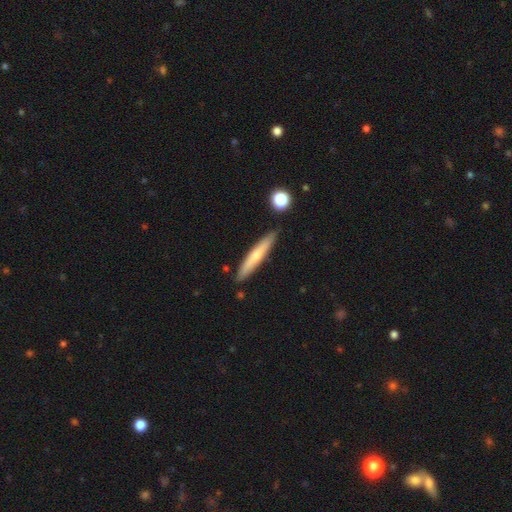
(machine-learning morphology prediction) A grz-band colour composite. It shows a smooth galaxy with no disk features (55%) that is cigar-shaped (93%). Merging: none (87%).